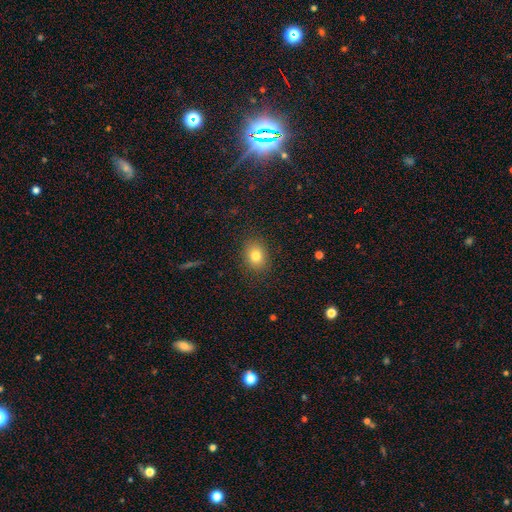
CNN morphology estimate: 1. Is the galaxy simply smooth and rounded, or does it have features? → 80% smooth, 11% star or artifact, 9% featured or disk.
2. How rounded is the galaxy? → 52% in between, 47% round, 1% cigar-shaped.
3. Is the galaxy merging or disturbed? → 87% none, 9% minor disturbance, 3% major disturbance, 1% merger.